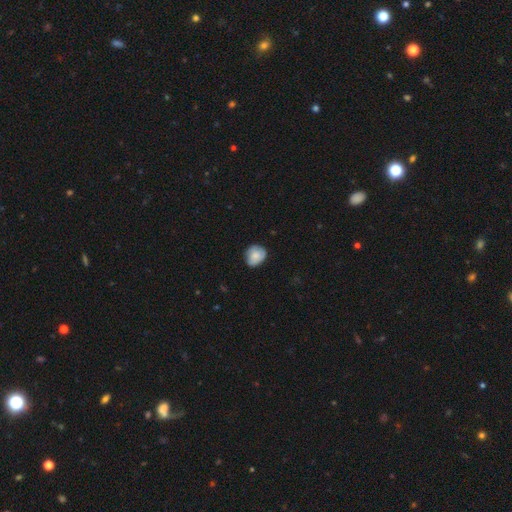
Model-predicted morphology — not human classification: smooth-or-featured: smooth: 76% | featured or disk: 17% | star or artifact: 7%
  how-rounded: round: 68% | in between: 31% | cigar-shaped: 1%
  merging: none: 70% | minor disturbance: 25% | major disturbance: 4% | merger: 1%